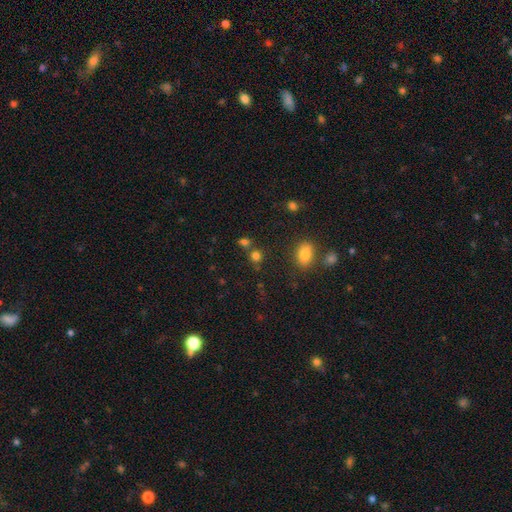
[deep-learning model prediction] A smooth galaxy with no disk features (74%) that is round (81%). Merging: none (65%).